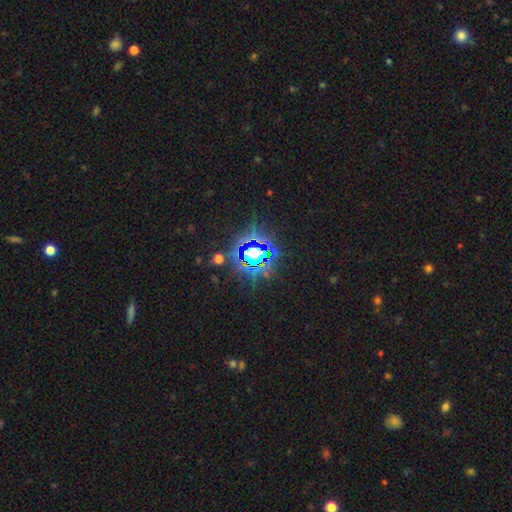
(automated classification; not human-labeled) smooth_or_featured: star or artifact (p=0.76) [alt: smooth p=0.14]